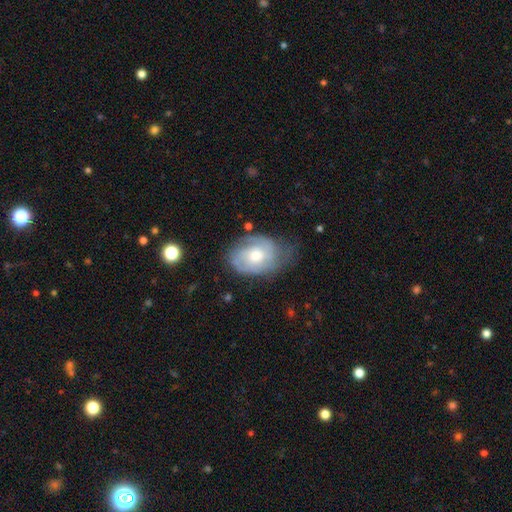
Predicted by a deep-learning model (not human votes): Smooth or featured: featured or disk — 66% (smooth — 27%)
Edge-on disk: no — 96% (yes — 4%)
Bar: no — 75% (weak — 22%)
Spiral arms: yes — 84% (no — 16%)
Spiral winding: tight — 53% (medium — 35%)
Spiral arm count: can't tell — 39% (2 — 33%)
Bulge size: moderate — 67% (small — 18%)
Merging: none — 53% (minor disturbance — 31%)